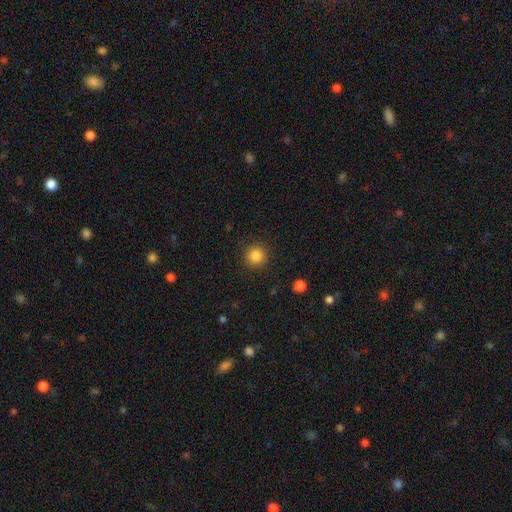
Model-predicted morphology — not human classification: smooth-or-featured: smooth: 85% | star or artifact: 11% | featured or disk: 4%
  how-rounded: round: 93% | in between: 6% | cigar-shaped: 1%
  merging: none: 91% | minor disturbance: 6% | major disturbance: 2% | merger: 1%